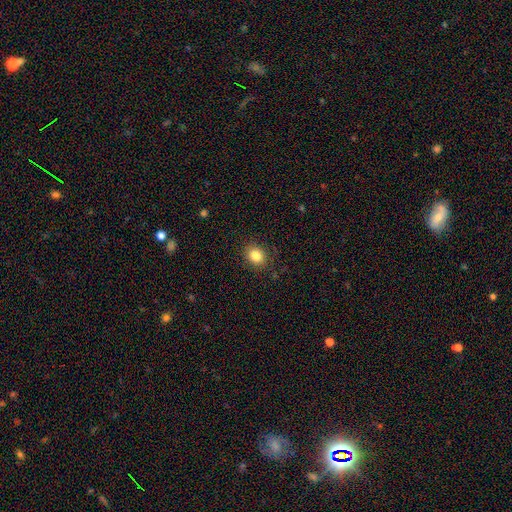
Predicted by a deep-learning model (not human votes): Morphology: type=smooth (84%); roundness=round (62%); merging=none (87%).